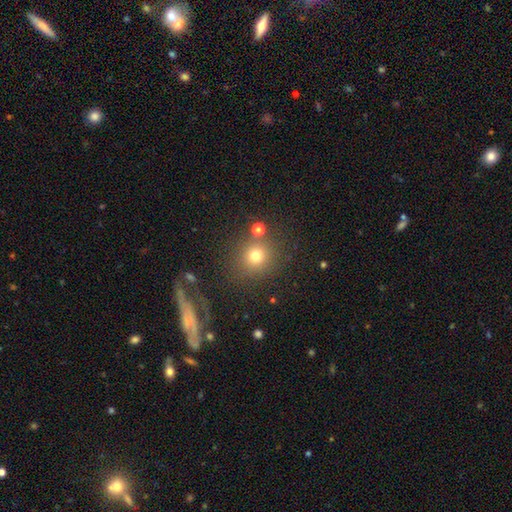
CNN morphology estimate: type=smooth (74%); roundness=round (89%); merging=none (76%).